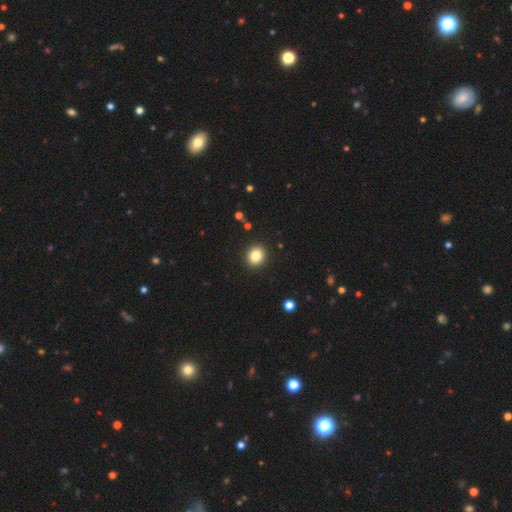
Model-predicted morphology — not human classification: type=smooth (83%); roundness=round (80%); merging=none (92%).